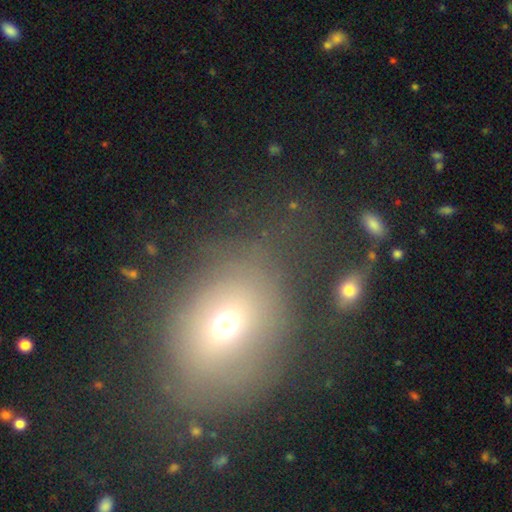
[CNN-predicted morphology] Q: Smooth or featured?
A: smooth (60%); runner-up: featured or disk (21%)
Q: How rounded?
A: round (51%); runner-up: in between (48%)
Q: Merging?
A: none (56%); runner-up: minor disturbance (20%)